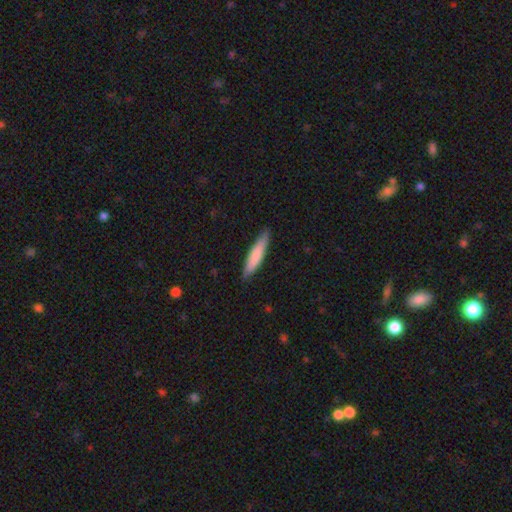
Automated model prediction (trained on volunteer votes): Overall: smooth (78%). How rounded: cigar-shaped (85%). Merging: none (86%).